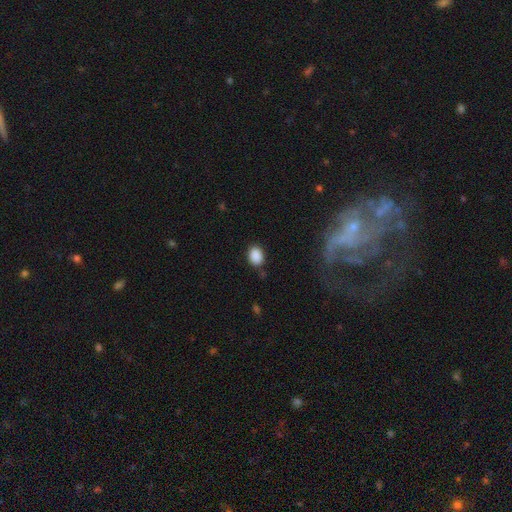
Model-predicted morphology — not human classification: This is clearly a smooth galaxy (88%). How rounded: likely in between (67%). Merging: clearly none (81%).